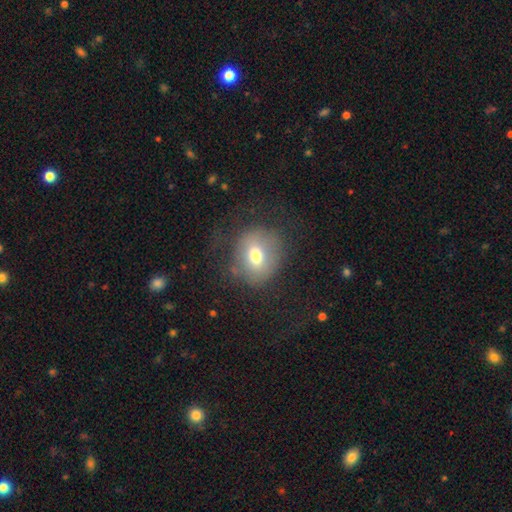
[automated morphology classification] Smooth or featured?
  - smooth: 68% *
  - featured or disk: 19%
  - star or artifact: 12%
How rounded?
  - round: 70% *
  - in between: 29%
  - cigar-shaped: 1%
Merging?
  - none: 62% *
  - minor disturbance: 20%
  - major disturbance: 16%
  - merger: 2%